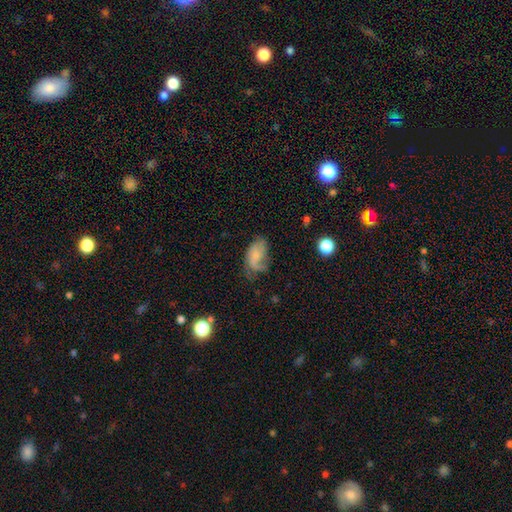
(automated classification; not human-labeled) featured or disk 46% (tied), smooth 46% (tied), star or artifact 8%. Down the decision tree: merging — none (36%).